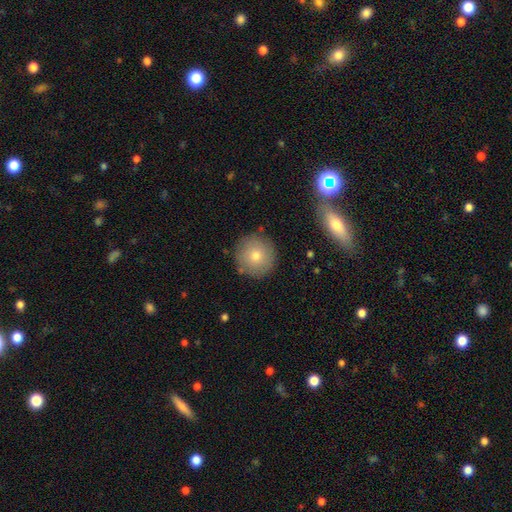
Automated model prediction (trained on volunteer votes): This is likely a smooth galaxy (75%). How rounded: clearly round (95%). Merging: clearly none (87%).